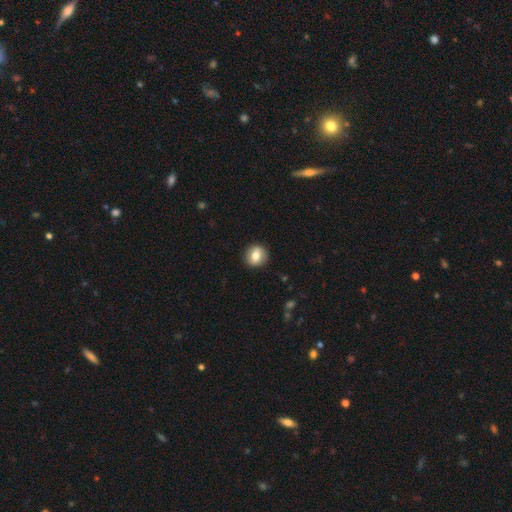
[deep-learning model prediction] smooth 74%, featured or disk 17%, star or artifact 8%. Down the decision tree: how rounded — round (86%); merging — none (91%).